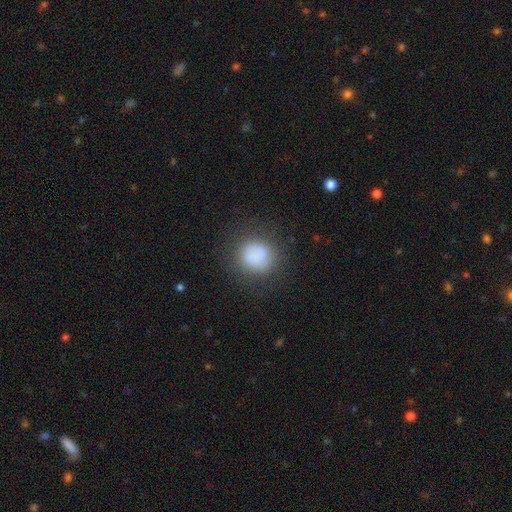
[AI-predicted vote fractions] A smooth galaxy with no disk features (84%) that is round (85%).

Vote fractions:
- Smooth or featured? smooth: 84% / star or artifact: 10% / featured or disk: 6%
- How rounded? round: 85% / in between: 14% / cigar-shaped: 1%
- Merging? none: 80% / minor disturbance: 12% / major disturbance: 7% / merger: 1%